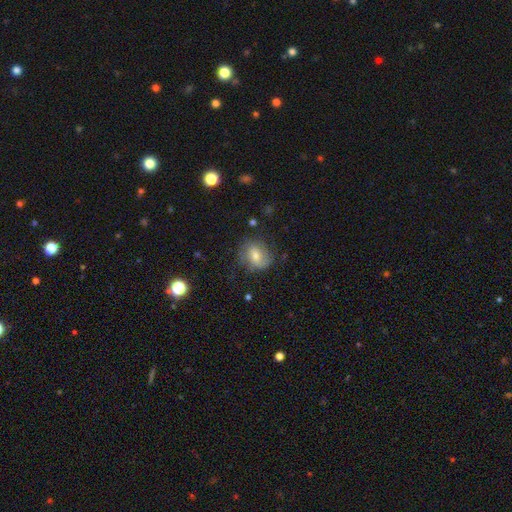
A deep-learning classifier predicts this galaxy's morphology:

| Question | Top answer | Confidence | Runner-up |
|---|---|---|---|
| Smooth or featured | featured or disk | 45% | smooth (43%) |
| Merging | none | 66% | minor disturbance (23%) |